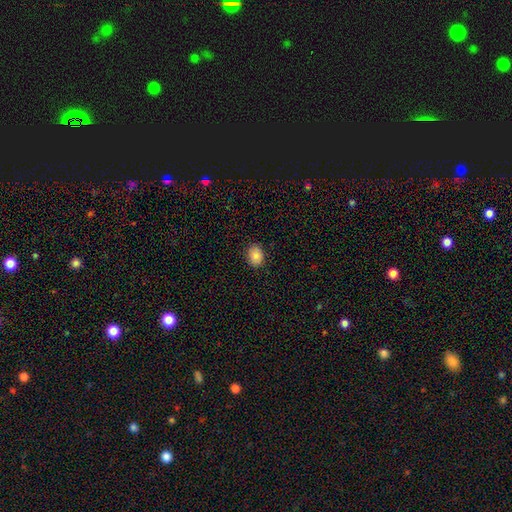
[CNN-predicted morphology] Q: Smooth or featured?
A: smooth (86%); runner-up: star or artifact (8%)
Q: How rounded?
A: in between (66%); runner-up: round (33%)
Q: Merging?
A: none (88%); runner-up: minor disturbance (9%)